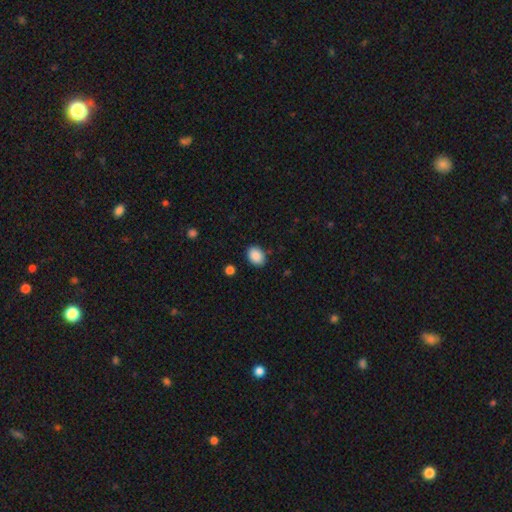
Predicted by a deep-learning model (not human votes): Q: Smooth or featured?
A: smooth (89%); runner-up: star or artifact (8%)
Q: How rounded?
A: in between (71%); runner-up: round (28%)
Q: Merging?
A: none (85%); runner-up: minor disturbance (10%)